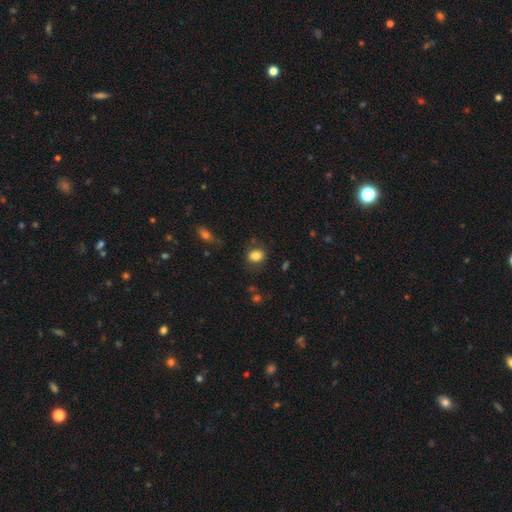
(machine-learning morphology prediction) Smooth or featured: smooth — 84% (star or artifact — 9%)
How rounded: in between — 51% (round — 48%)
Merging: none — 76% (minor disturbance — 16%)